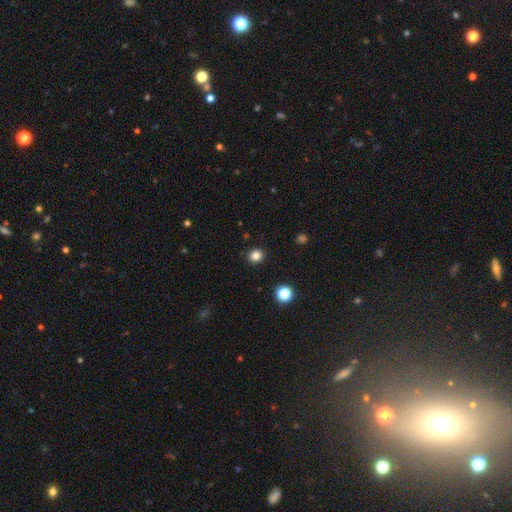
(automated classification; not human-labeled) Q: Smooth or featured?
A: smooth (84%); runner-up: star or artifact (12%)
Q: How rounded?
A: round (84%); runner-up: in between (15%)
Q: Merging?
A: none (91%); runner-up: minor disturbance (6%)